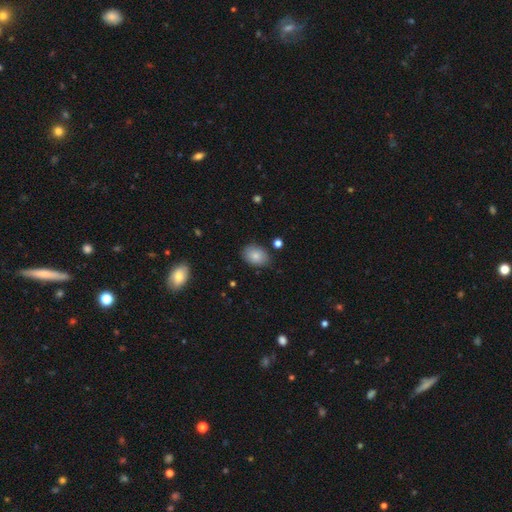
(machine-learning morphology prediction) Q: Smooth or featured?
A: smooth (83%); runner-up: featured or disk (9%)
Q: How rounded?
A: in between (77%); runner-up: round (22%)
Q: Merging?
A: none (81%); runner-up: minor disturbance (14%)